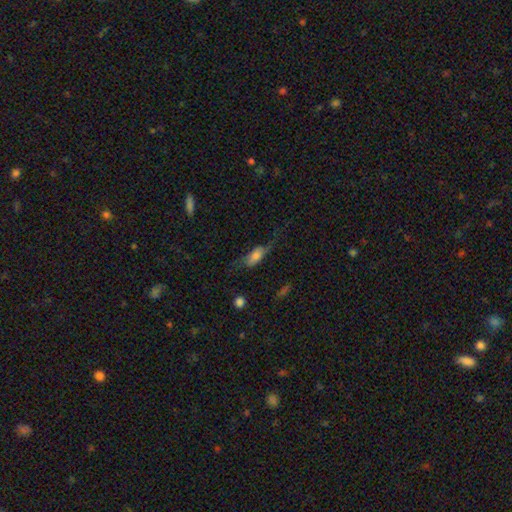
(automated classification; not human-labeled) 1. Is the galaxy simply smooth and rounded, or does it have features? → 58% smooth, 33% featured or disk, 9% star or artifact.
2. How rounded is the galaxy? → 73% in between, 22% cigar-shaped, 5% round.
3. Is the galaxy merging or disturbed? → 42% none, 28% major disturbance, 27% minor disturbance, 3% merger.